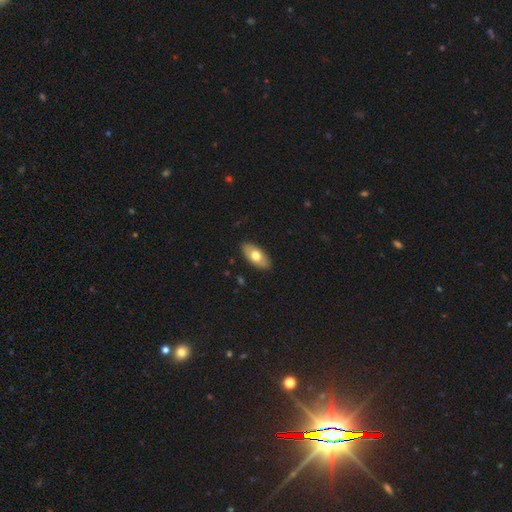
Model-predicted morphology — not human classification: type=smooth (66%); roundness=in between (91%); merging=none (87%).